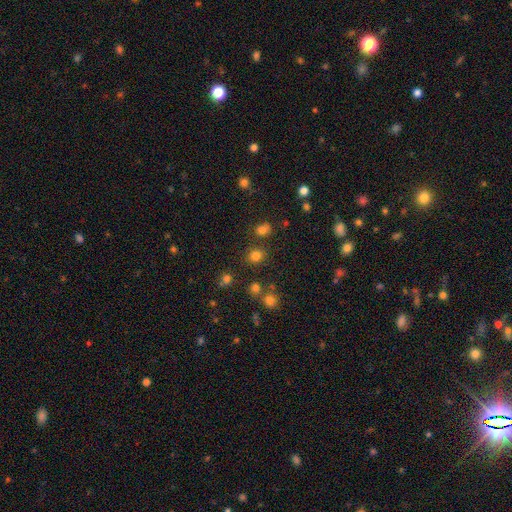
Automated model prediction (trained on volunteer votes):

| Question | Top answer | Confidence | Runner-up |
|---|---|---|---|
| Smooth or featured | smooth | 76% | star or artifact (19%) |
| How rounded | round | 84% | in between (15%) |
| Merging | none | 82% | minor disturbance (8%) |